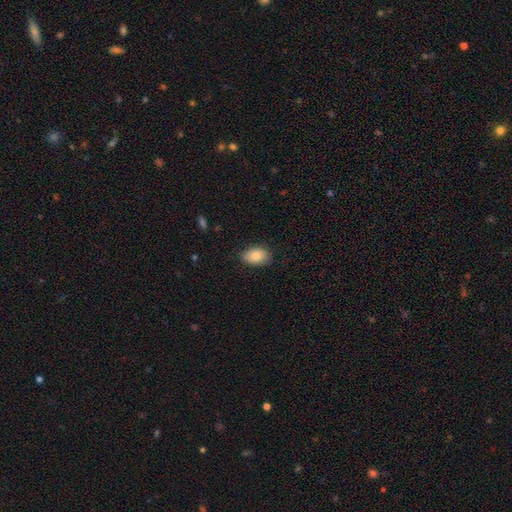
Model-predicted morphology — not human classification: smooth_or_featured: smooth (p=0.87) [alt: star or artifact p=0.07]
how_rounded: in between (p=0.87) [alt: round p=0.12]
merging: none (p=0.82) [alt: minor disturbance p=0.14]